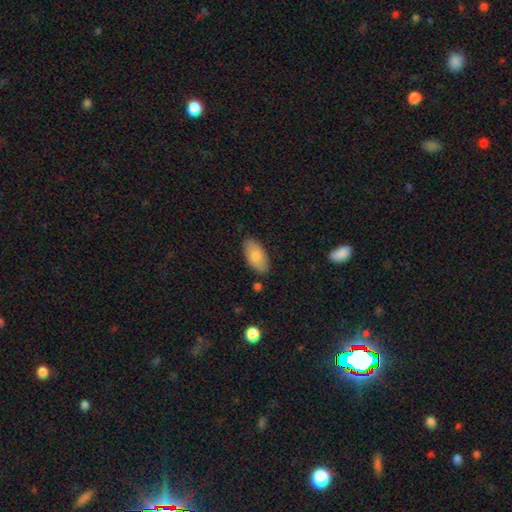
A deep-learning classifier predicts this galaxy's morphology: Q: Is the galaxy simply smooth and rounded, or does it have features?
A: smooth — 83%.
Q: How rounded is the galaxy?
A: in between — 94%.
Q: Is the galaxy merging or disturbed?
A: none — 83%.